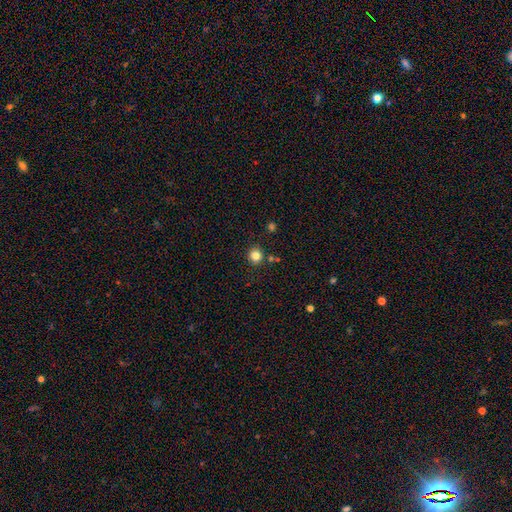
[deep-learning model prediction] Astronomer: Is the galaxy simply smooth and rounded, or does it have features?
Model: smooth — 82%.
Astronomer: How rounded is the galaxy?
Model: round — 92%.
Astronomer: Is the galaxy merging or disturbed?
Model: none — 87%.